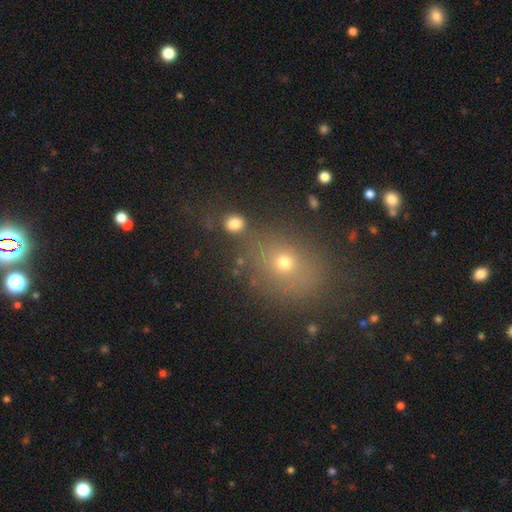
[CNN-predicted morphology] Q: Smooth or featured?
A: smooth (59%); runner-up: star or artifact (29%)
Q: How rounded?
A: round (61%); runner-up: in between (37%)
Q: Merging?
A: none (73%); runner-up: minor disturbance (12%)